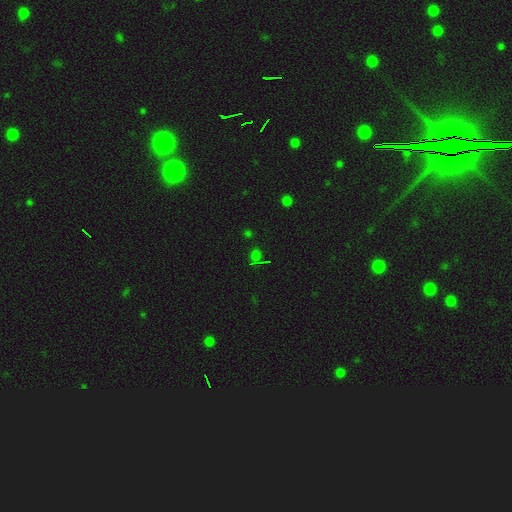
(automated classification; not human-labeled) Smooth or featured? Predicted: star or artifact (p=0.52).